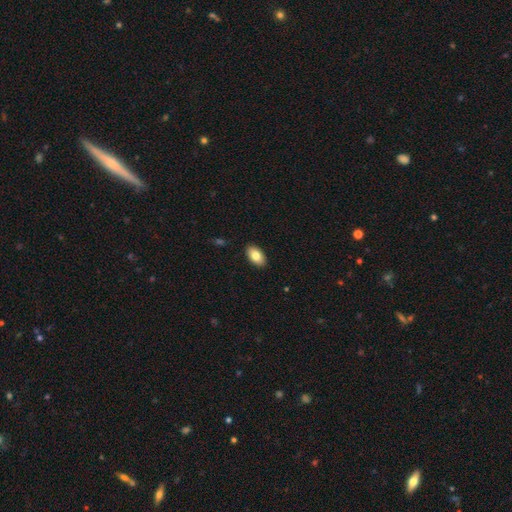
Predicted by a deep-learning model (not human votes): Morphology: type=smooth (82%); roundness=in between (94%); merging=none (90%).